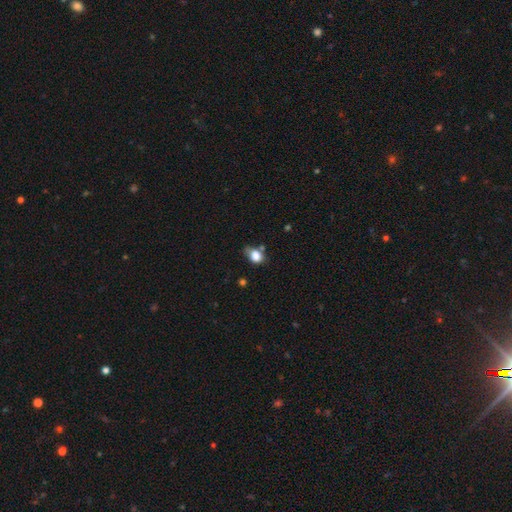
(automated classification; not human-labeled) Morphology: type=smooth (81%); roundness=in between (59%); merging=none (45%).